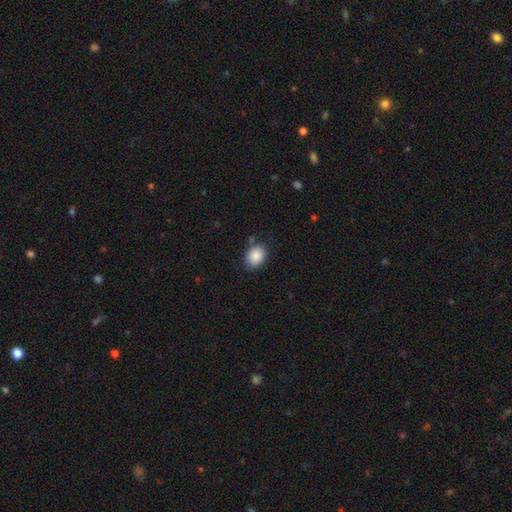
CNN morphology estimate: A smooth galaxy with no disk features (89%) that is in between round and cigar-shaped (61%). Merging: none (82%).